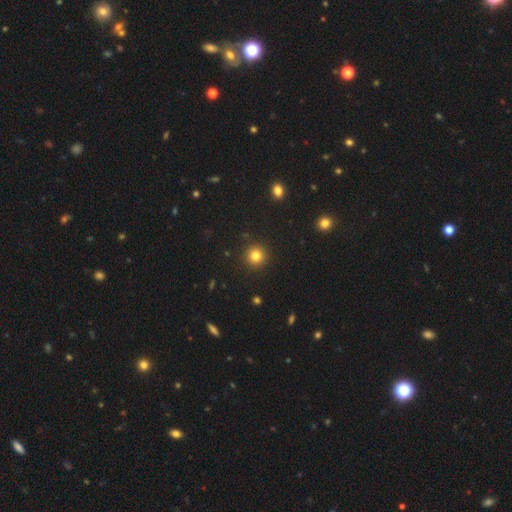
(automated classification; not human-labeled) Smooth or featured?
  - smooth: 82% *
  - star or artifact: 13%
  - featured or disk: 6%
How rounded?
  - round: 95% *
  - in between: 4%
  - cigar-shaped: 1%
Merging?
  - none: 92% *
  - minor disturbance: 5%
  - major disturbance: 2%
  - merger: 1%